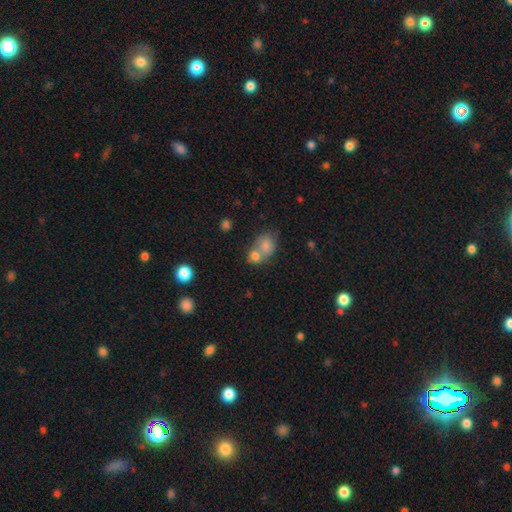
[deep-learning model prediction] Smooth or featured? smooth (58%)
How rounded? round (62%)
Merging? none (47%)